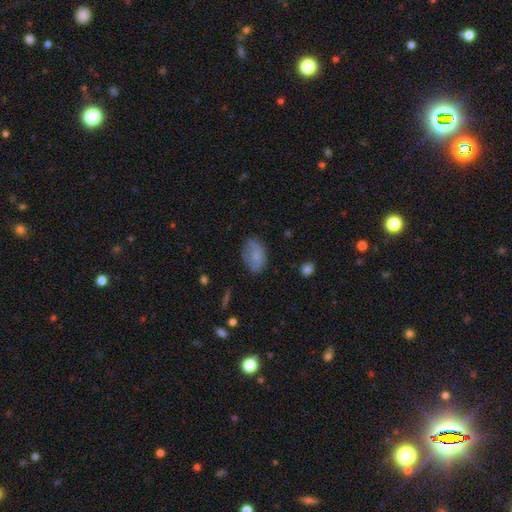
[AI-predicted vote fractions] smooth-or-featured: smooth: 77% | featured or disk: 15% | star or artifact: 8%
  how-rounded: in between: 88% | round: 11% | cigar-shaped: 2%
  merging: none: 66% | minor disturbance: 24% | major disturbance: 8% | merger: 2%